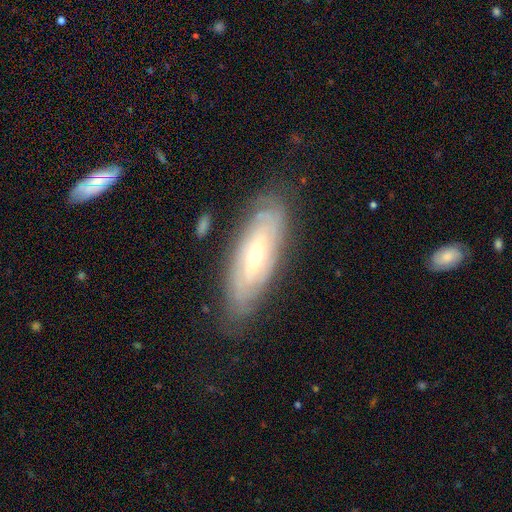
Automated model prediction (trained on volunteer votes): Smooth or featured?
  - featured or disk: 74% *
  - smooth: 19%
  - star or artifact: 7%
Edge-on disk?
  - no: 80% *
  - yes: 20%
Bar?
  - no: 64% *
  - weak: 26%
  - strong: 10%
Spiral arms?
  - yes: 80% *
  - no: 20%
Bulge size?
  - small: 53% *
  - moderate: 43%
  - large: 2%
  - dominant: 1%
  - none: 1%
Merging?
  - none: 80% *
  - minor disturbance: 15%
  - major disturbance: 4%
  - merger: 2%